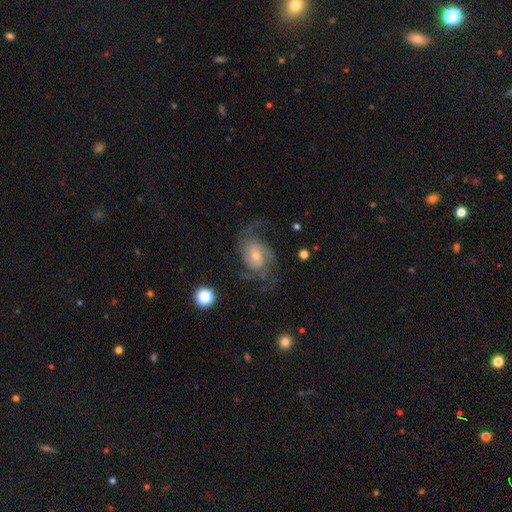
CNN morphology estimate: Q: Smooth or featured?
A: featured or disk (86%); runner-up: smooth (8%)
Q: Edge-on disk?
A: no (98%); runner-up: yes (2%)
Q: Bar?
A: no (56%); runner-up: weak (37%)
Q: Spiral arms?
A: yes (96%); runner-up: no (4%)
Q: Spiral winding?
A: medium (49%); runner-up: tight (32%)
Q: Spiral arm count?
A: 2 (37%); runner-up: 3 (29%)
Q: Bulge size?
A: small (47%); runner-up: moderate (46%)
Q: Merging?
A: none (65%); runner-up: minor disturbance (17%)